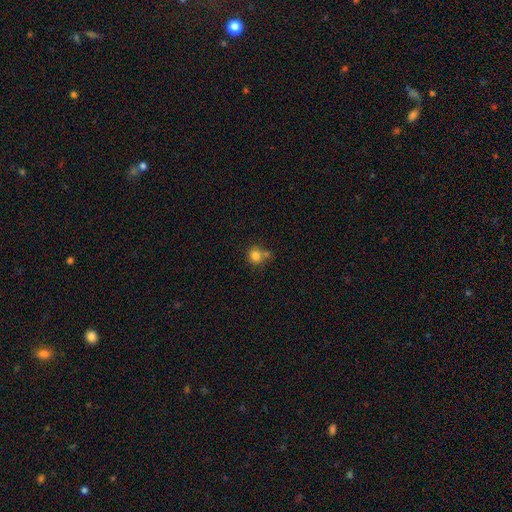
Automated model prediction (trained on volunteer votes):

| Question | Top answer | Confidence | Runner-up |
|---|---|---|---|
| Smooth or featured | smooth | 82% | star or artifact (11%) |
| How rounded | round | 88% | in between (11%) |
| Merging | none | 56% | merger (28%) |